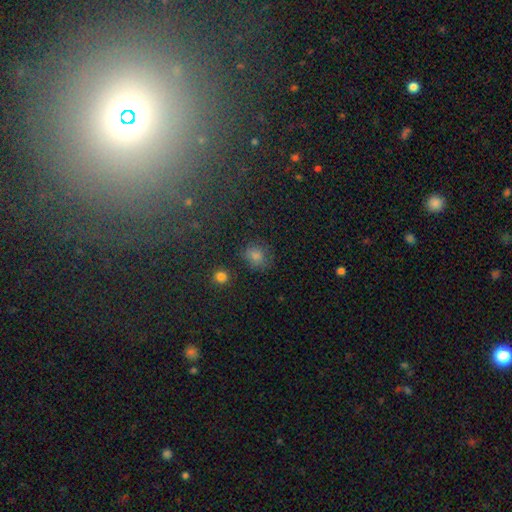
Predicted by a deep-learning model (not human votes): Smooth or featured? smooth (74%)
How rounded? round (69%)
Merging? none (71%)